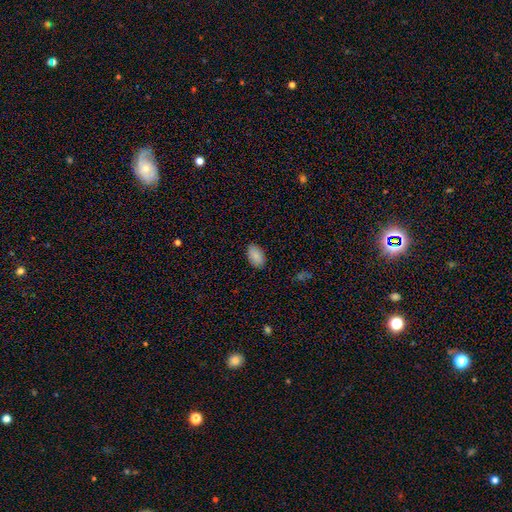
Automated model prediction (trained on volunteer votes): Morphology: type=smooth (87%); roundness=in between (93%); merging=none (86%).